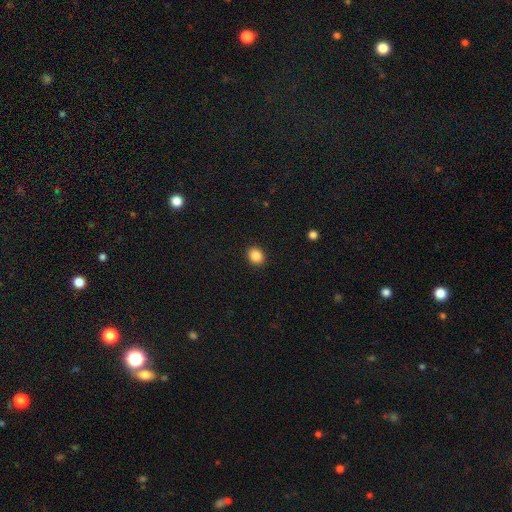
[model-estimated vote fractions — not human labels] Overall: smooth (87%). How rounded: round (58%; in between 41%). Merging: none (91%).